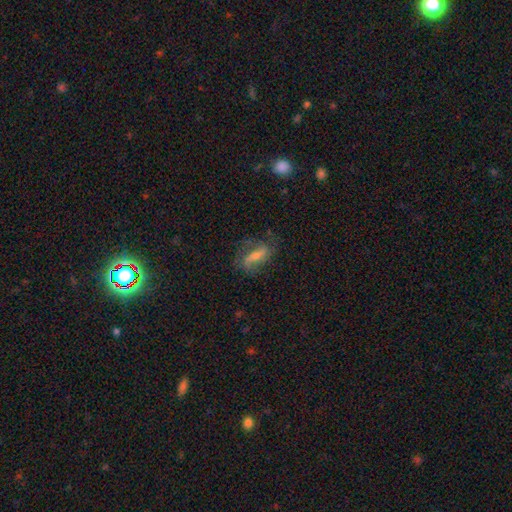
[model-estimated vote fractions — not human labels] This appears to be a featured or disk galaxy (56%). Merging: none (65%).